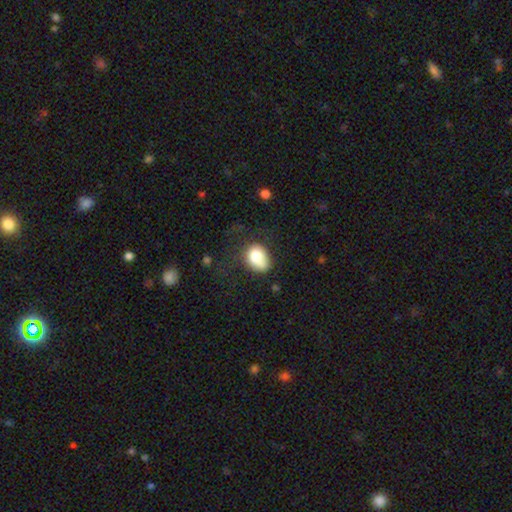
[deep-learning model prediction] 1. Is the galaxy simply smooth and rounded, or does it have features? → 79% smooth, 13% featured or disk, 8% star or artifact.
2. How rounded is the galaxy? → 63% in between, 36% round, 1% cigar-shaped.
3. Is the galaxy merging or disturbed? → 42% none, 31% minor disturbance, 20% major disturbance, 7% merger.